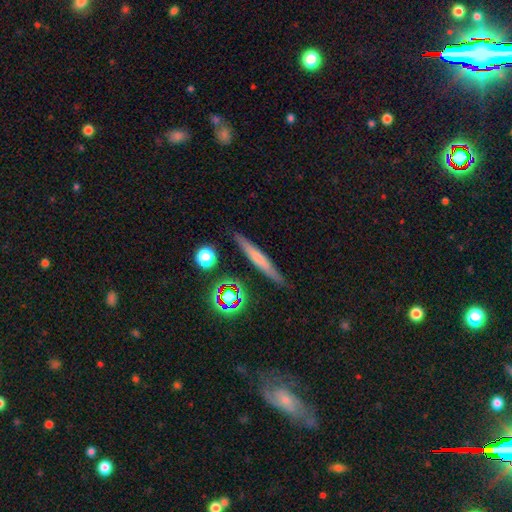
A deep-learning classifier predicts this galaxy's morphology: This appears to be a smooth galaxy with no disk features (48%). Merging: none (86%).